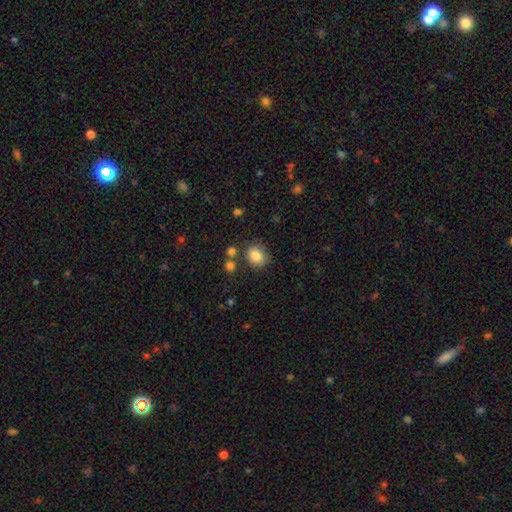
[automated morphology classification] Smooth or featured?
  - smooth: 84% *
  - star or artifact: 10%
  - featured or disk: 7%
How rounded?
  - round: 60% *
  - in between: 39%
  - cigar-shaped: 1%
Merging?
  - none: 78% *
  - minor disturbance: 12%
  - merger: 7%
  - major disturbance: 4%